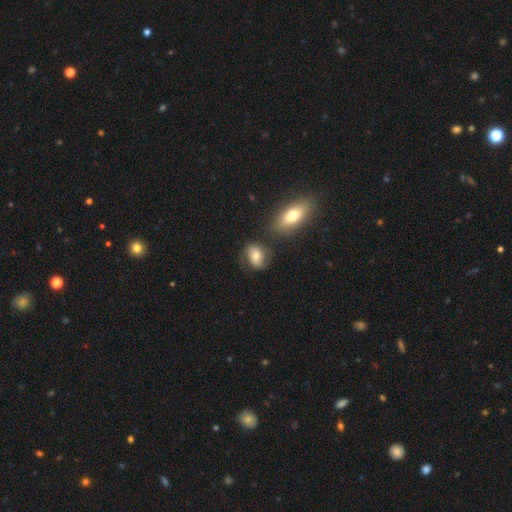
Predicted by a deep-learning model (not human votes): smooth 68%, featured or disk 23%, star or artifact 9%. Down the decision tree: how rounded — in between (69%); merging — none (62%).